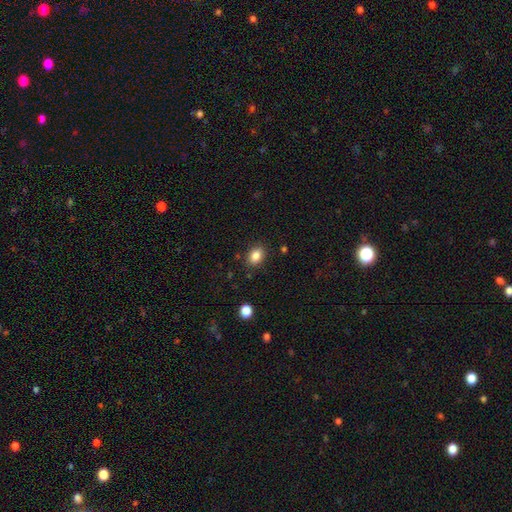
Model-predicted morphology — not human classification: A smooth galaxy with no disk features (85%) that is in between round and cigar-shaped (71%).

Vote fractions:
- Smooth or featured? smooth: 85% / star or artifact: 10% / featured or disk: 5%
- How rounded? in between: 71% / round: 28% / cigar-shaped: 1%
- Merging? none: 85% / minor disturbance: 10% / major disturbance: 3% / merger: 2%